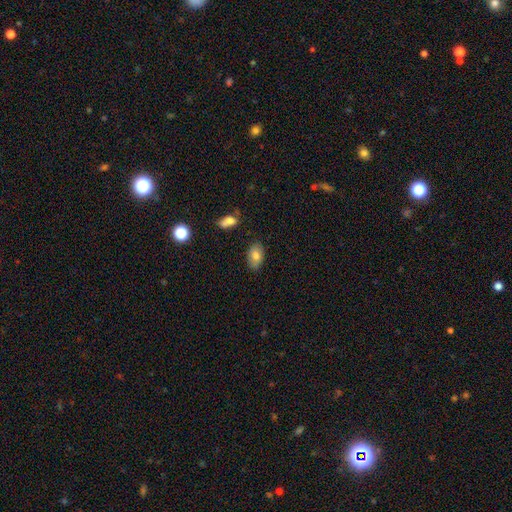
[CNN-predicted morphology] smooth-or-featured: smooth: 80% | featured or disk: 12% | star or artifact: 8%
  how-rounded: in between: 90% | round: 8% | cigar-shaped: 2%
  merging: none: 83% | minor disturbance: 12% | major disturbance: 2% | merger: 2%